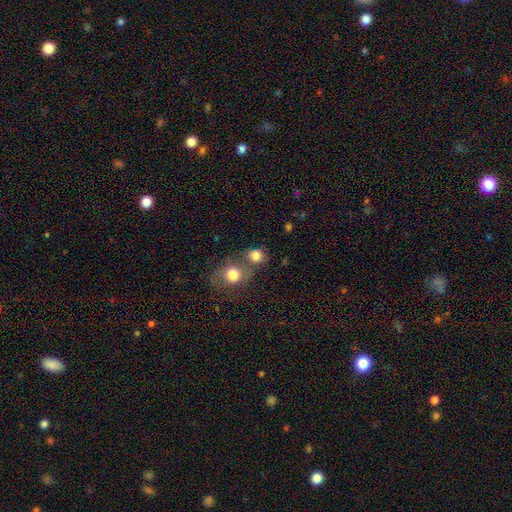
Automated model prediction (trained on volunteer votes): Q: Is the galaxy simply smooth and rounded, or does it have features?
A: smooth — 81%.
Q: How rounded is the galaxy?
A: round — 76%.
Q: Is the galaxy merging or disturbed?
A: none — 48%.